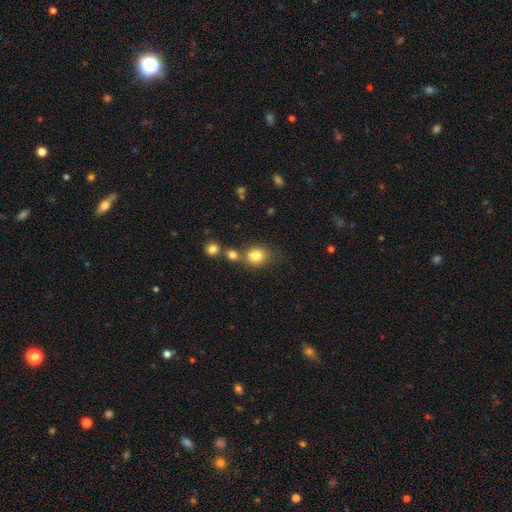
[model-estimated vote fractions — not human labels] A smooth galaxy with no disk features (82%) that is round (68%). Merging: none (59%).